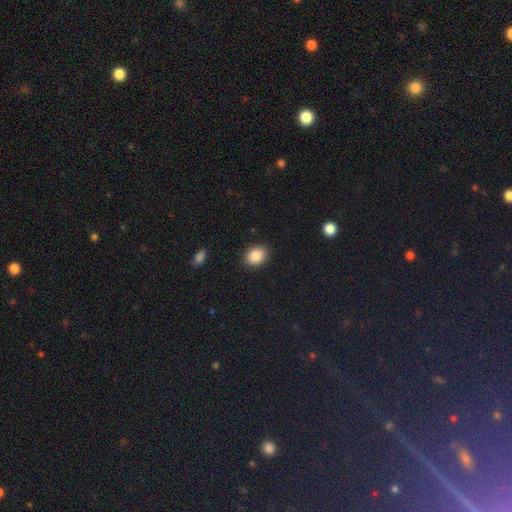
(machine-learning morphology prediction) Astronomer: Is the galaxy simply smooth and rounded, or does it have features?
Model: smooth — 86%.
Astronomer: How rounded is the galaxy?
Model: in between — 57% (runner-up: round, 42%).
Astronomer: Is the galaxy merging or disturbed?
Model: none — 90%.